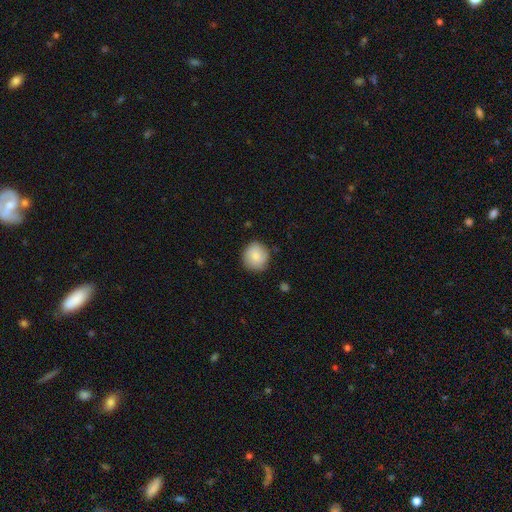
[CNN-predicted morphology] Q: Smooth or featured?
A: smooth (83%); runner-up: featured or disk (10%)
Q: How rounded?
A: round (90%); runner-up: in between (9%)
Q: Merging?
A: none (84%); runner-up: minor disturbance (12%)